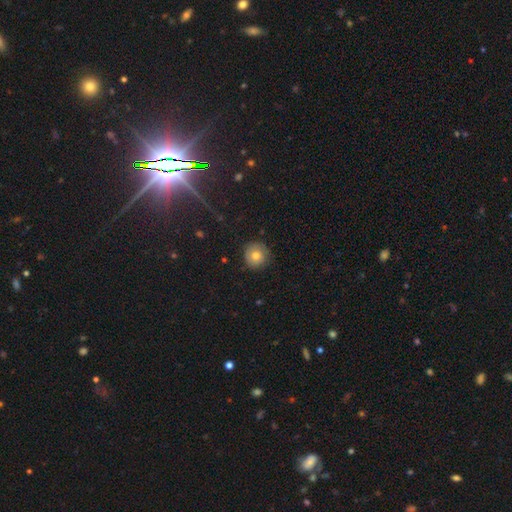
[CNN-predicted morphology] A smooth galaxy with no disk features (74%) that is round (95%).

Vote fractions:
- Smooth or featured? smooth: 74% / featured or disk: 15% / star or artifact: 11%
- How rounded? round: 95% / in between: 4% / cigar-shaped: 1%
- Merging? none: 86% / minor disturbance: 10% / major disturbance: 2% / merger: 1%